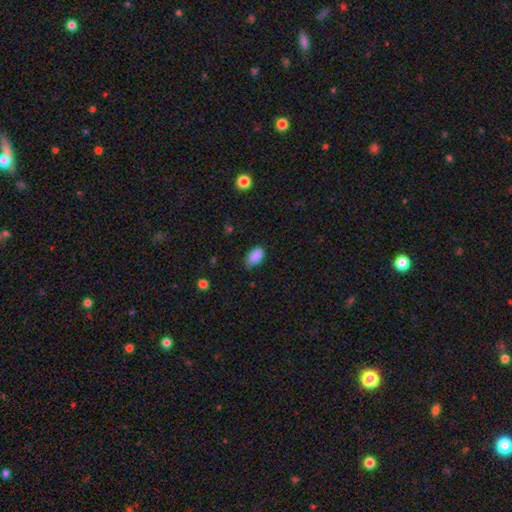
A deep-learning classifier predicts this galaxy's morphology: This is clearly a smooth galaxy (88%). How rounded: clearly in between (92%). Merging: likely none (68%).